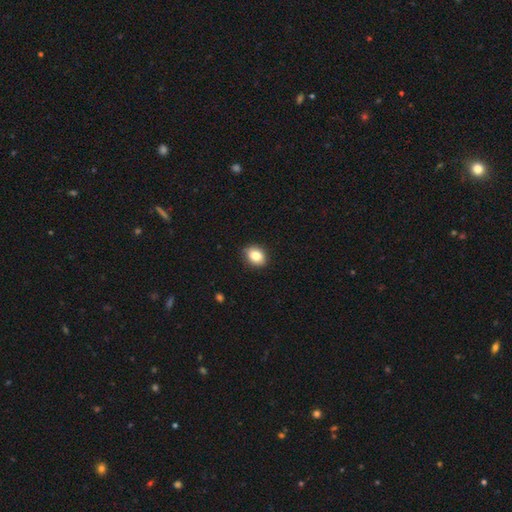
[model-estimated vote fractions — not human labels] smooth-or-featured: smooth: 84% | star or artifact: 9% | featured or disk: 7%
  how-rounded: in between: 60% | round: 39% | cigar-shaped: 1%
  merging: none: 88% | minor disturbance: 9% | major disturbance: 2% | merger: 1%